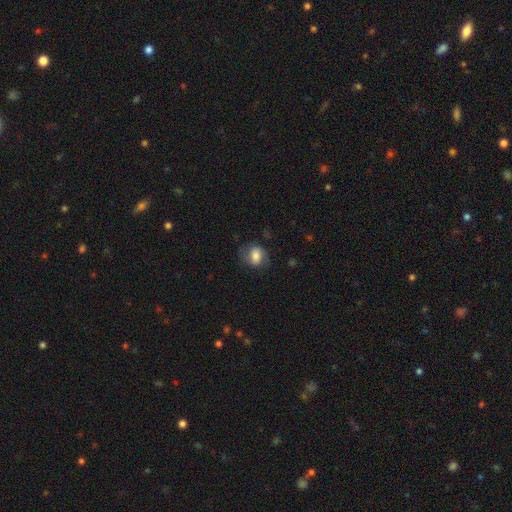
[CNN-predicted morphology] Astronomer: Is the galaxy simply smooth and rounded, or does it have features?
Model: smooth — 63%.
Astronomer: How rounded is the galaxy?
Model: in between — 67%.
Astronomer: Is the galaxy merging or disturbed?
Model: none — 65%.